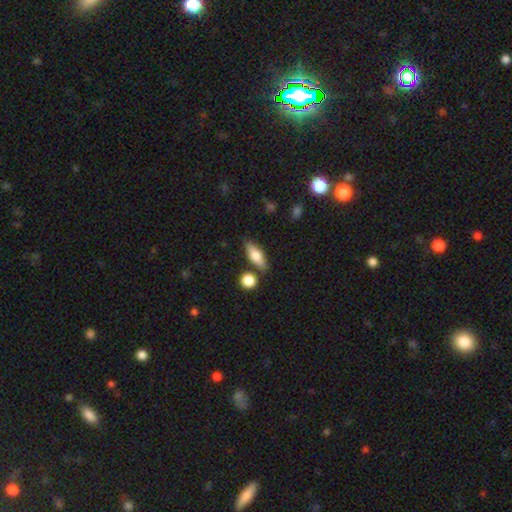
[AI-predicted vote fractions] A smooth galaxy with no disk features (69%) that is in between round and cigar-shaped (62%). Merging: none (79%).